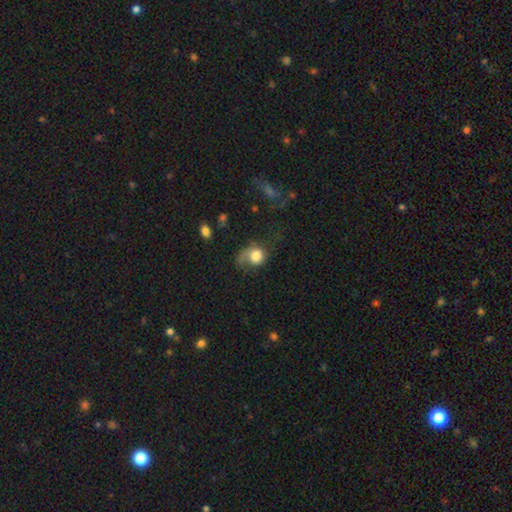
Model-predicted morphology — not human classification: smooth 69%, featured or disk 22%, star or artifact 9%. Down the decision tree: how rounded — round (63%); merging — major disturbance (40%).